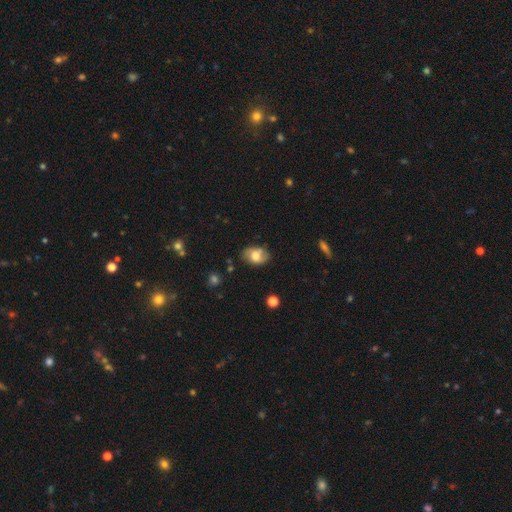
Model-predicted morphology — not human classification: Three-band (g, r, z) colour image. It shows a smooth galaxy with no disk features (56%) that is in between round and cigar-shaped (81%). Merging: none (76%).